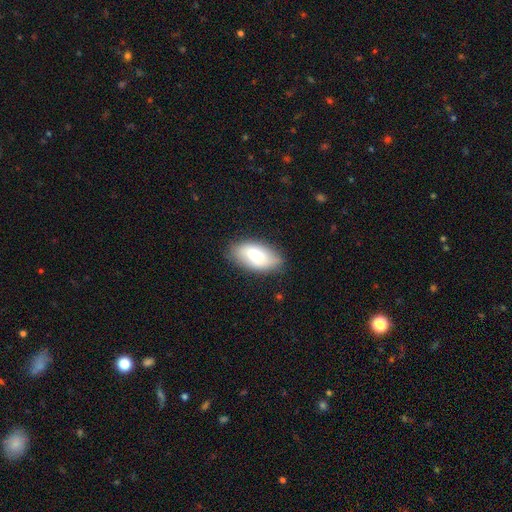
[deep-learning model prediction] Smooth or featured?
  - smooth: 73% *
  - featured or disk: 21%
  - star or artifact: 7%
How rounded?
  - in between: 93% *
  - cigar-shaped: 5%
  - round: 3%
Merging?
  - none: 77% *
  - minor disturbance: 17%
  - major disturbance: 4%
  - merger: 1%